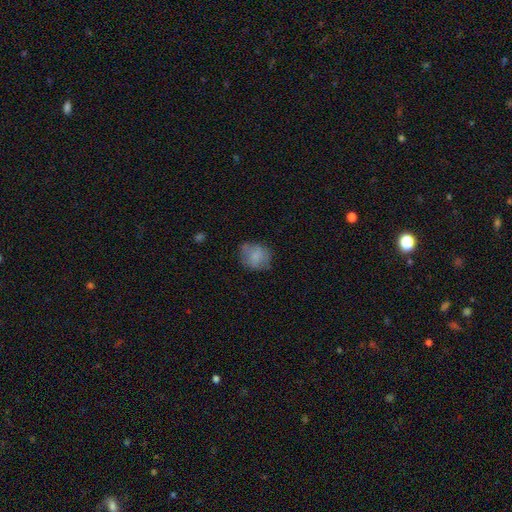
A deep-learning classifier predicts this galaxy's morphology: Smooth or featured? Predicted: smooth (p=0.74). How rounded? Predicted: round (p=0.58). Merging? Predicted: none (p=0.62).